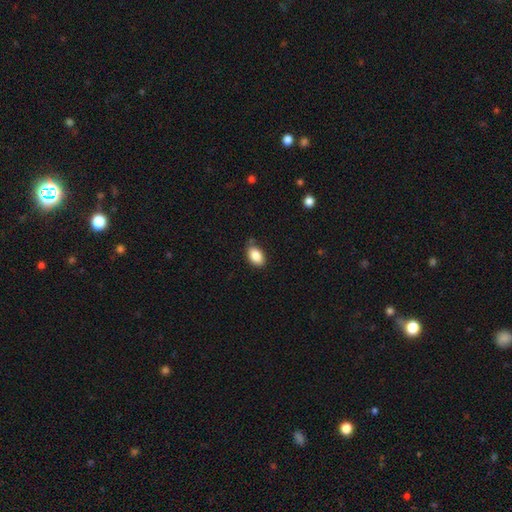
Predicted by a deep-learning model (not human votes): Smooth or featured?
  - smooth: 87% *
  - star or artifact: 8%
  - featured or disk: 6%
How rounded?
  - in between: 90% *
  - round: 9%
  - cigar-shaped: 1%
Merging?
  - none: 76% *
  - minor disturbance: 18%
  - major disturbance: 3%
  - merger: 2%